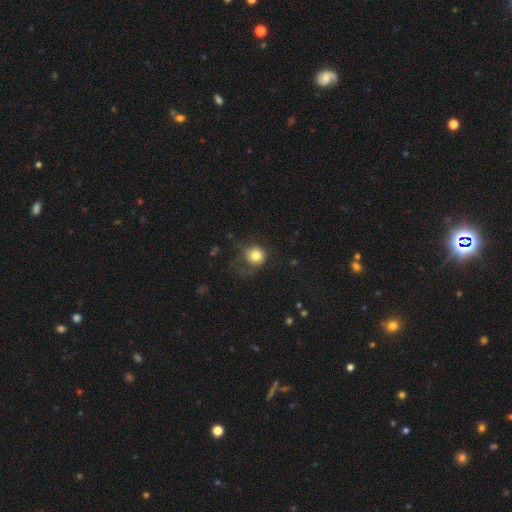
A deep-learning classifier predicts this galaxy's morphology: Smooth or featured? Predicted: smooth (p=0.80). How rounded? Predicted: round (p=0.88). Merging? Predicted: none (p=0.51).